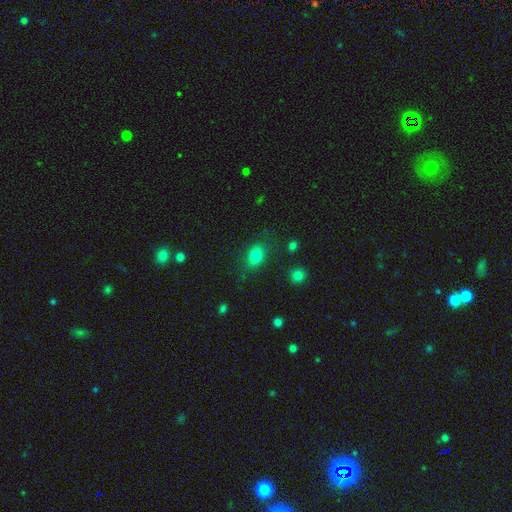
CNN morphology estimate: type=smooth (82%); roundness=in between (76%); merging=none (76%).